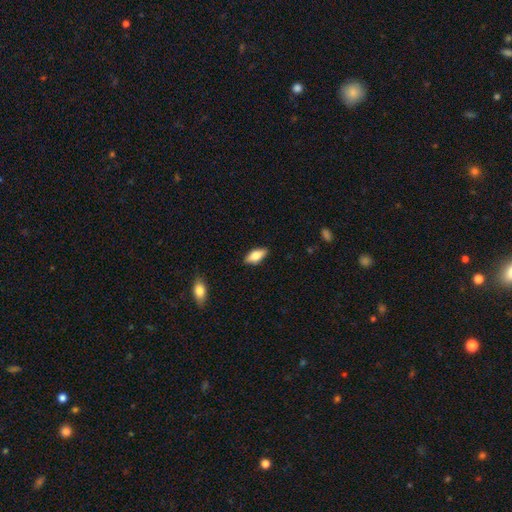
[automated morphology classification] A smooth galaxy with no disk features (70%) that is in between round and cigar-shaped (83%). Merging: none (87%).